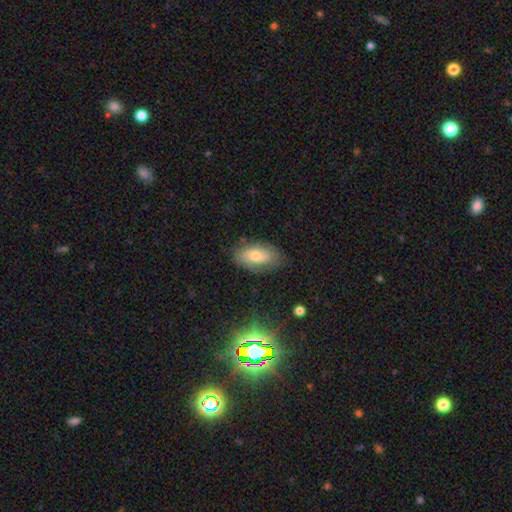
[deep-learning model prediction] A smooth galaxy with no disk features (57%) that is in between round and cigar-shaped (92%). Merging: none (72%).